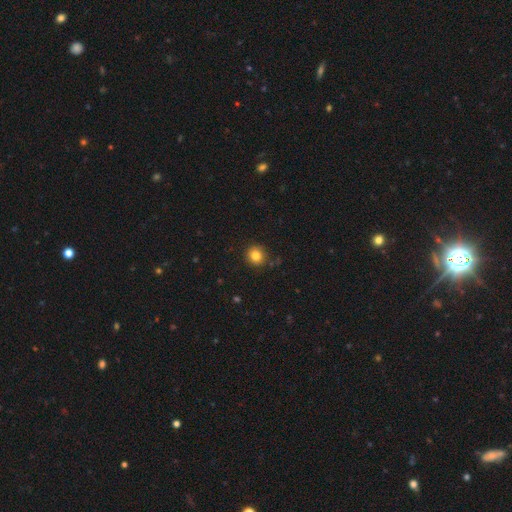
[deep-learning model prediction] Q: Smooth or featured?
A: smooth (82%); runner-up: star or artifact (12%)
Q: How rounded?
A: round (92%); runner-up: in between (7%)
Q: Merging?
A: none (89%); runner-up: minor disturbance (7%)